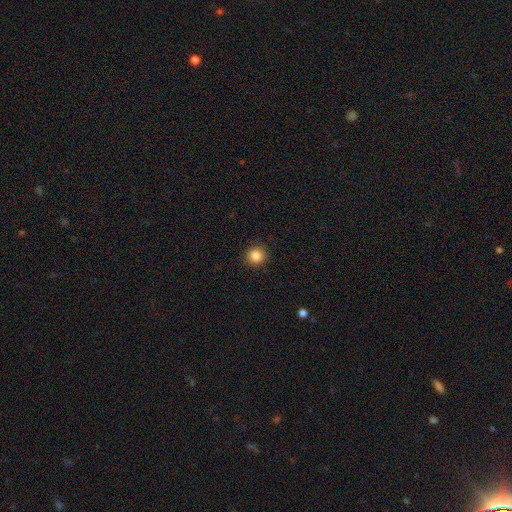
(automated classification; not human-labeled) Smooth or featured: smooth — 85% (star or artifact — 11%)
How rounded: round — 90% (in between — 9%)
Merging: none — 89% (minor disturbance — 7%)